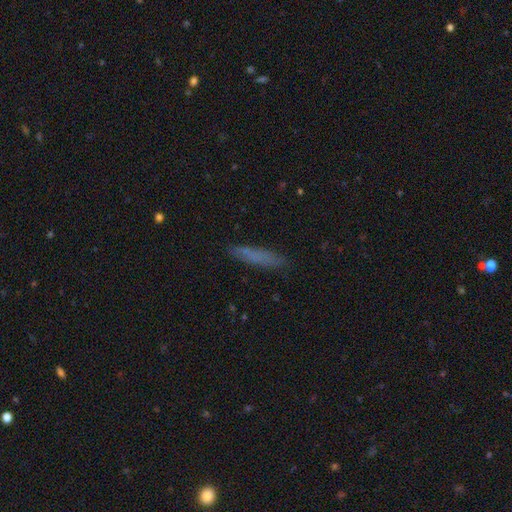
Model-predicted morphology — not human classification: Smooth or featured?
  - smooth: 70% *
  - featured or disk: 21%
  - star or artifact: 9%
How rounded?
  - cigar-shaped: 90% *
  - in between: 9%
  - round: 1%
Merging?
  - none: 86% *
  - minor disturbance: 11%
  - major disturbance: 2%
  - merger: 1%